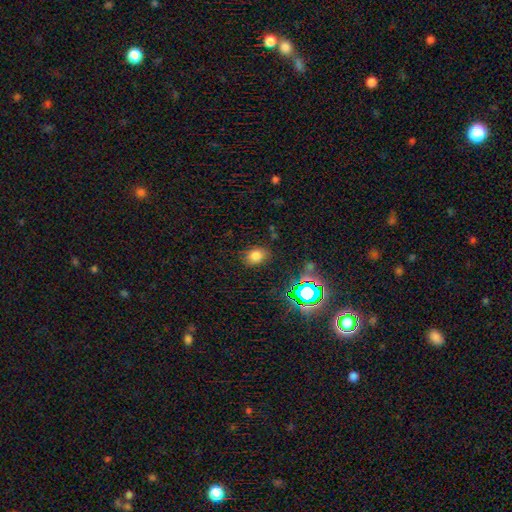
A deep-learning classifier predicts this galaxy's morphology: type=smooth (73%); roundness=in between (65%); merging=none (78%).